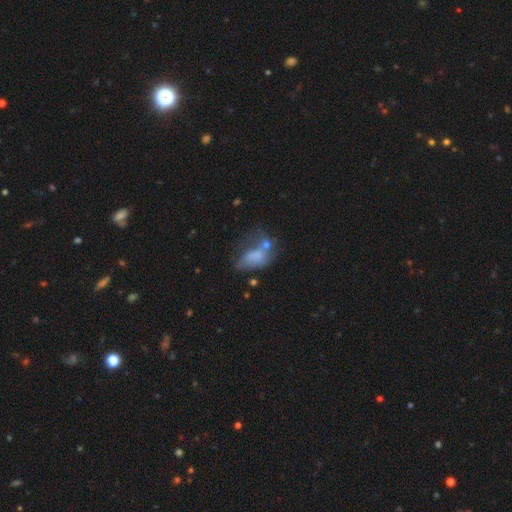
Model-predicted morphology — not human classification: smooth-or-featured: smooth: 56% | featured or disk: 32% | star or artifact: 12%
  how-rounded: in between: 84% | round: 11% | cigar-shaped: 5%
  merging: major disturbance: 36% | merger: 22% | none: 21% | minor disturbance: 20%